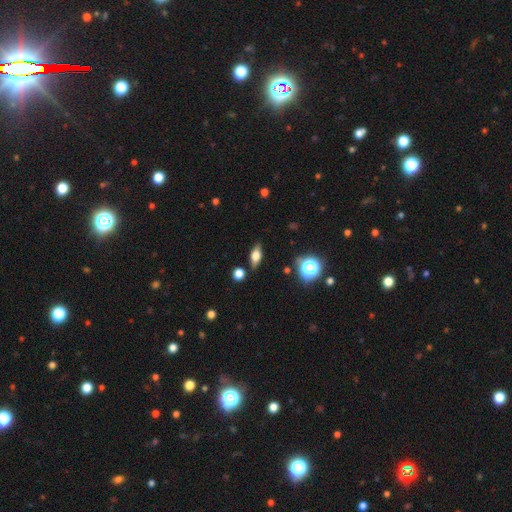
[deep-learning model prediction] Smooth or featured: smooth — 56% (featured or disk — 34%)
How rounded: in between — 69% (cigar-shaped — 21%)
Merging: none — 84% (minor disturbance — 11%)